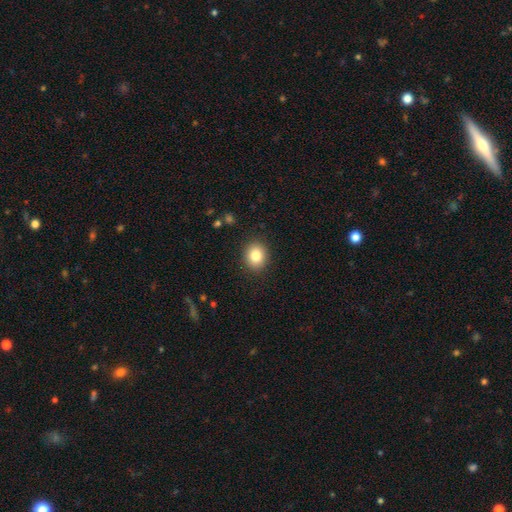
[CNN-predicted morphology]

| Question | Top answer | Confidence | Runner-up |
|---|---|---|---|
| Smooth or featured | smooth | 83% | star or artifact (10%) |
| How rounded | round | 68% | in between (31%) |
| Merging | none | 89% | minor disturbance (7%) |